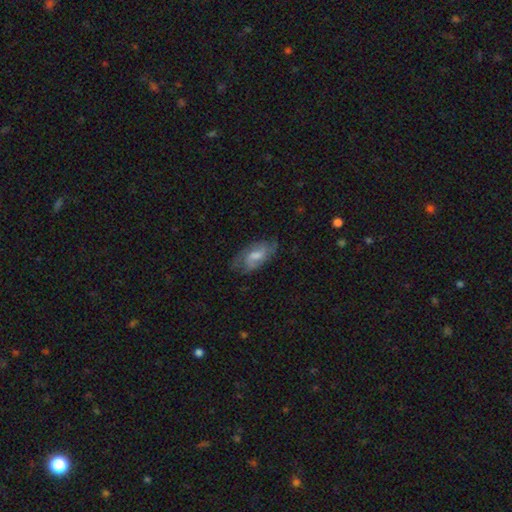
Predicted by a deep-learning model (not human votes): featured or disk 57%, smooth 35%, star or artifact 8%. Down the decision tree: edge-on disk — no (92%); bar — weak (48%); spiral arms — yes (84%); bulge size — moderate (51%); merging — none (67%).